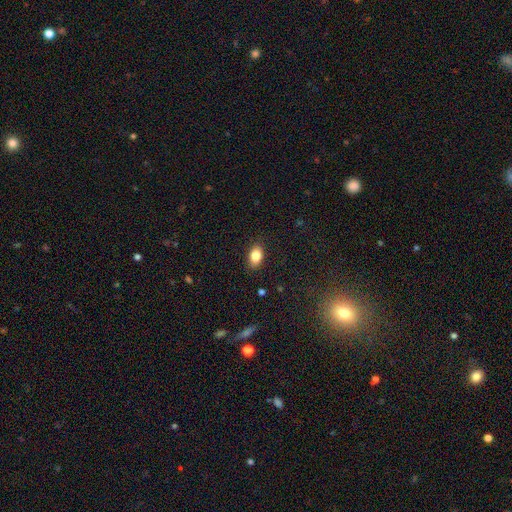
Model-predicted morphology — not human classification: Q: Smooth or featured?
A: smooth (85%); runner-up: star or artifact (8%)
Q: How rounded?
A: in between (86%); runner-up: round (12%)
Q: Merging?
A: none (85%); runner-up: minor disturbance (11%)